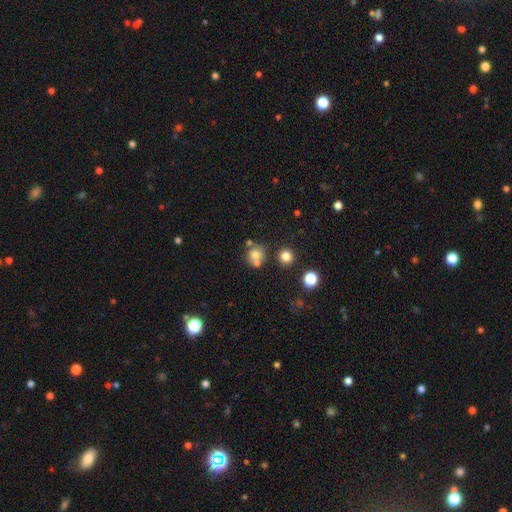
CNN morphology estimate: This appears to be a smooth galaxy with no disk features (70%) that is round (79%). Merging: none (50%).